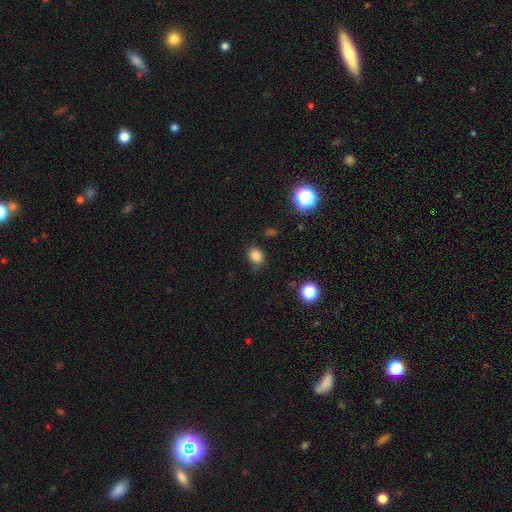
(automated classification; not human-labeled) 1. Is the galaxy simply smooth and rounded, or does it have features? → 81% smooth, 14% star or artifact, 5% featured or disk.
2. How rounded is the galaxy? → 51% round, 48% in between, 1% cigar-shaped.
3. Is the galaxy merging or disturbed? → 75% none, 18% minor disturbance, 5% major disturbance, 2% merger.